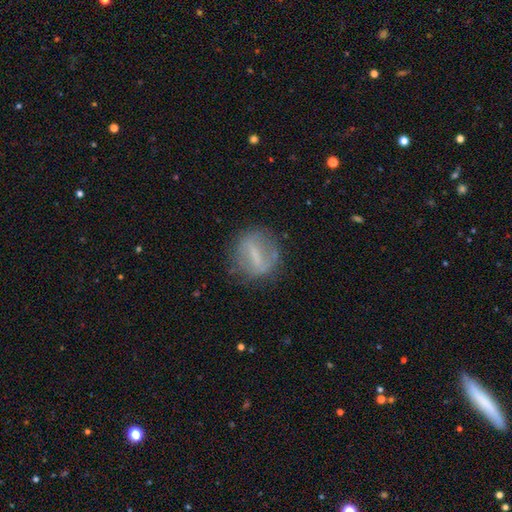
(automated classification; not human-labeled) A featured or disk galaxy (54%). Merging: none (73%).